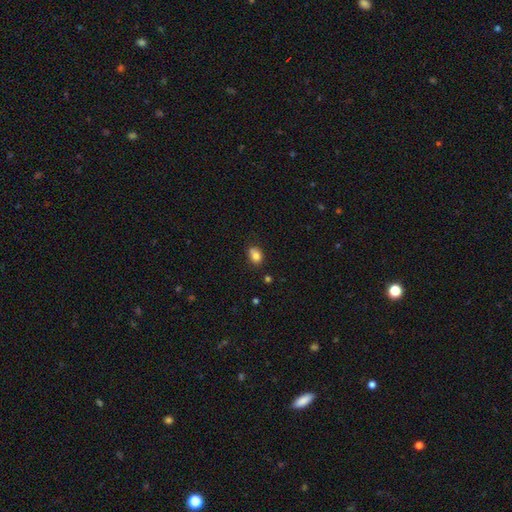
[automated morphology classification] Smooth or featured? smooth (80%)
How rounded? in between (59%)
Merging? none (62%)